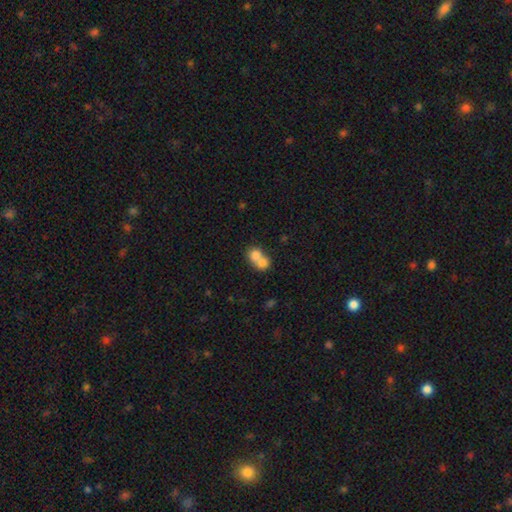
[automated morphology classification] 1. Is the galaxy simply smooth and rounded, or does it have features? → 75% smooth, 16% featured or disk, 9% star or artifact.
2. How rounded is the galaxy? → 63% round, 36% in between, 1% cigar-shaped.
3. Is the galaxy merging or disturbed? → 72% merger, 21% none, 5% minor disturbance, 3% major disturbance.